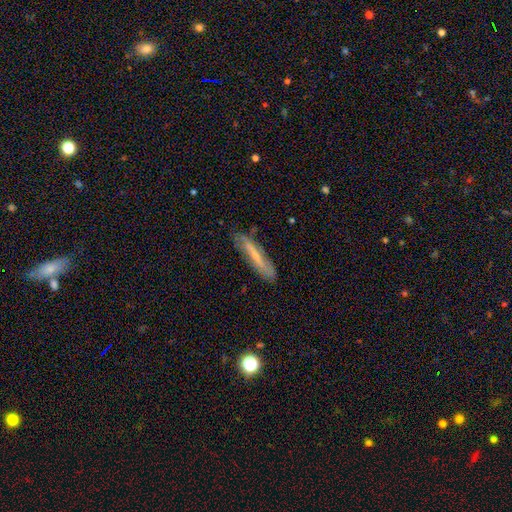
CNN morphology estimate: A smooth galaxy with no disk features (47%).

Vote fractions:
- Smooth or featured? smooth: 47% / featured or disk: 46% / star or artifact: 8%
- Merging? none: 76% / minor disturbance: 18% / major disturbance: 4% / merger: 2%